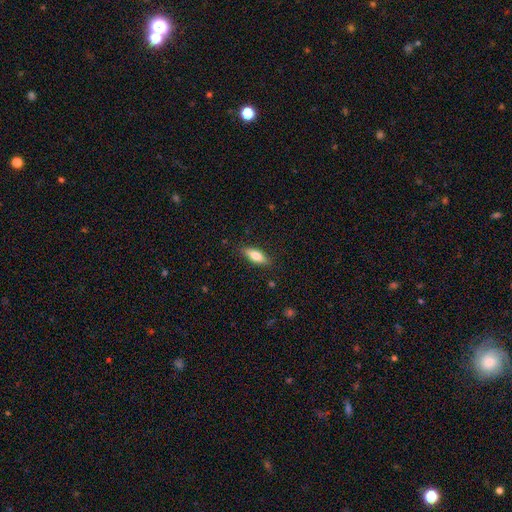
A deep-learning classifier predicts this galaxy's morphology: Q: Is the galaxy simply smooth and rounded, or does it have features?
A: smooth — 70%.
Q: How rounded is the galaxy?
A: in between — 60%.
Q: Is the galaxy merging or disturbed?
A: none — 86%.